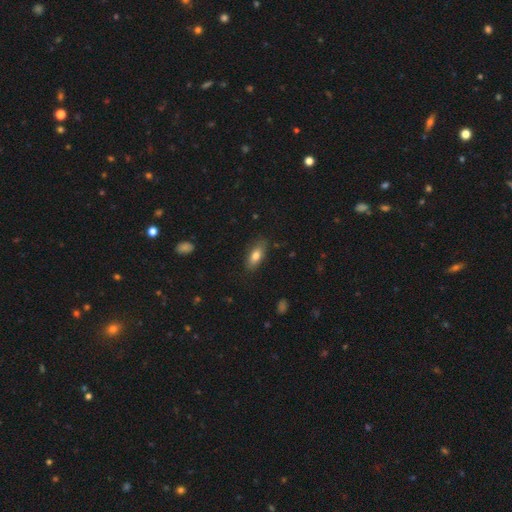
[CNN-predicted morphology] A smooth galaxy with no disk features (77%) that is in between round and cigar-shaped (82%).

Vote fractions:
- Smooth or featured? smooth: 77% / featured or disk: 16% / star or artifact: 7%
- How rounded? in between: 82% / cigar-shaped: 15% / round: 3%
- Merging? none: 81% / minor disturbance: 15% / major disturbance: 3% / merger: 1%